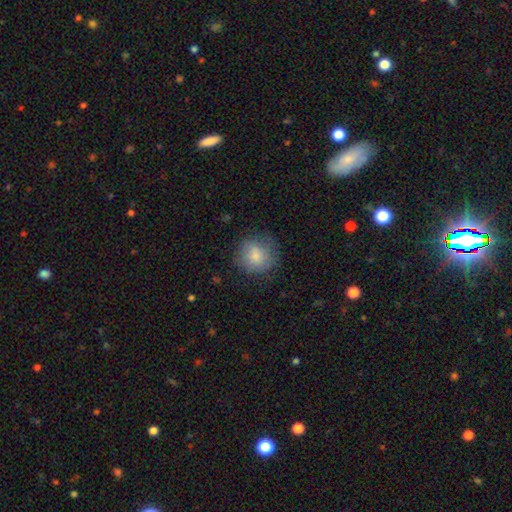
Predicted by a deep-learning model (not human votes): Morphology: type=smooth (81%); roundness=round (87%); merging=none (72%).